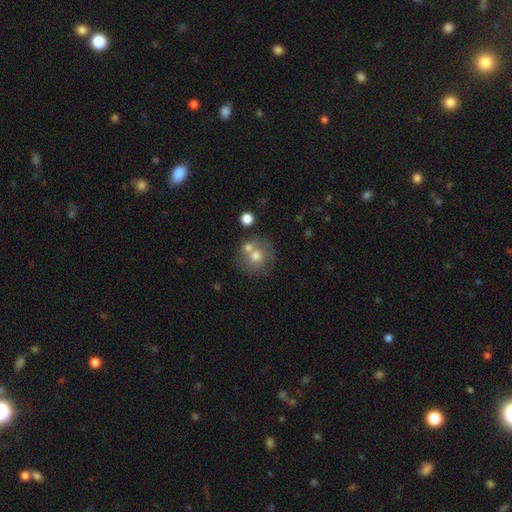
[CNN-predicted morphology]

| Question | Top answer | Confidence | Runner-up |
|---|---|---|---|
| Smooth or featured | smooth | 68% | featured or disk (22%) |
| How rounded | round | 88% | in between (11%) |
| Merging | none | 52% | merger (33%) |